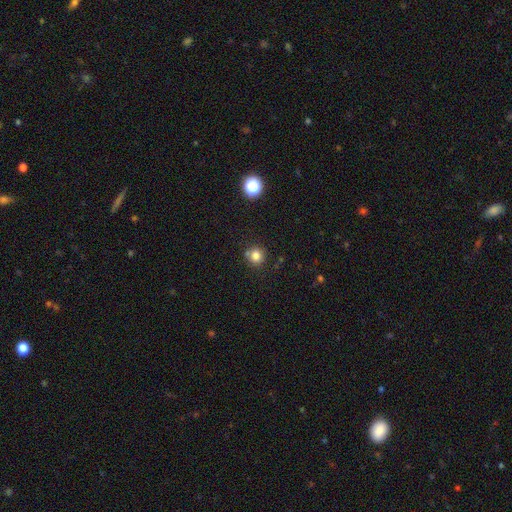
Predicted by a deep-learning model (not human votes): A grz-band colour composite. It shows a smooth galaxy with no disk features (80%) that is round (90%). Merging: none (76%).